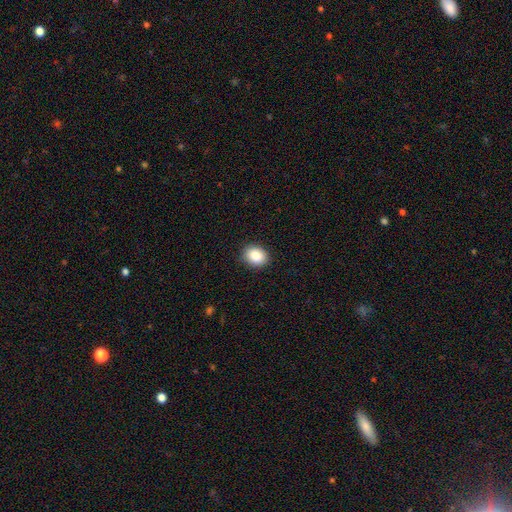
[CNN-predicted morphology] Smooth or featured? Predicted: smooth (p=0.88). How rounded? Predicted: in between (p=0.56). Merging? Predicted: none (p=0.88).